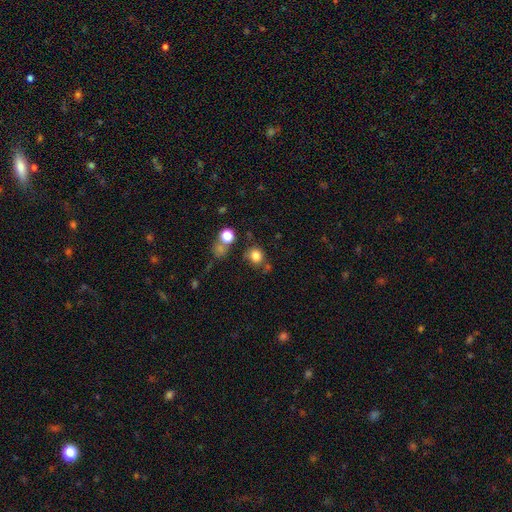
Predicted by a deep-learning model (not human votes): smooth 82%, star or artifact 12%, featured or disk 6%. Down the decision tree: how rounded — round (85%); merging — none (71%).